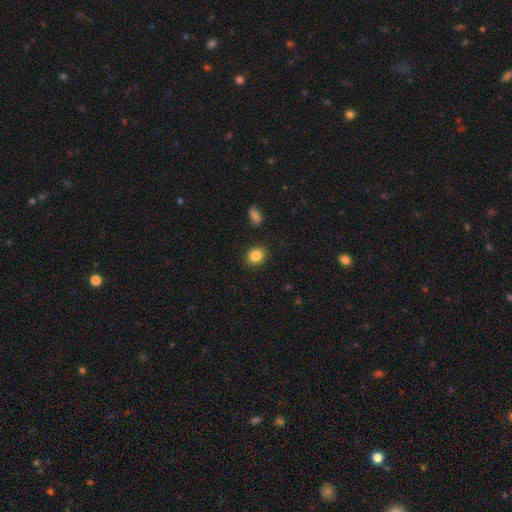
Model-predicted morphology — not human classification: Q: Smooth or featured?
A: smooth (85%); runner-up: star or artifact (9%)
Q: How rounded?
A: round (65%); runner-up: in between (34%)
Q: Merging?
A: none (89%); runner-up: minor disturbance (7%)